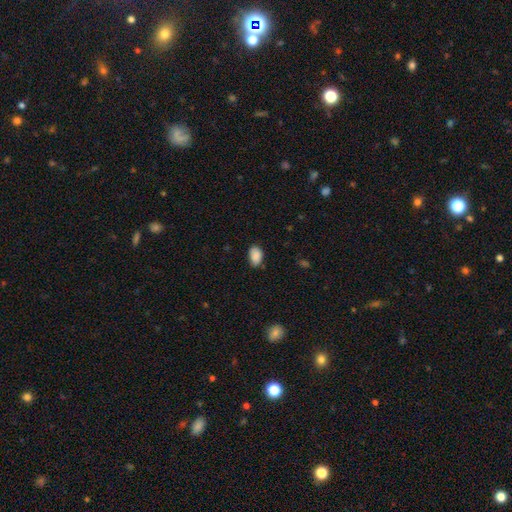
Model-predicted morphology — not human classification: Smooth or featured? Predicted: smooth (p=0.88). How rounded? Predicted: in between (p=0.89). Merging? Predicted: none (p=0.74).